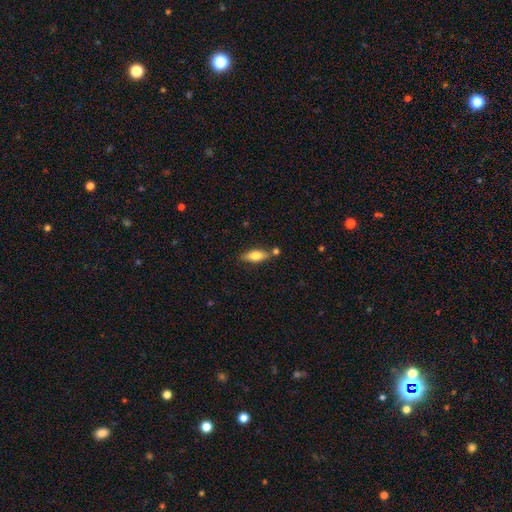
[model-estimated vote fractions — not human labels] smooth_or_featured: smooth (p=0.68) [alt: featured or disk p=0.25]
how_rounded: in between (p=0.66) [alt: cigar-shaped p=0.31]
merging: none (p=0.72) [alt: minor disturbance p=0.14]